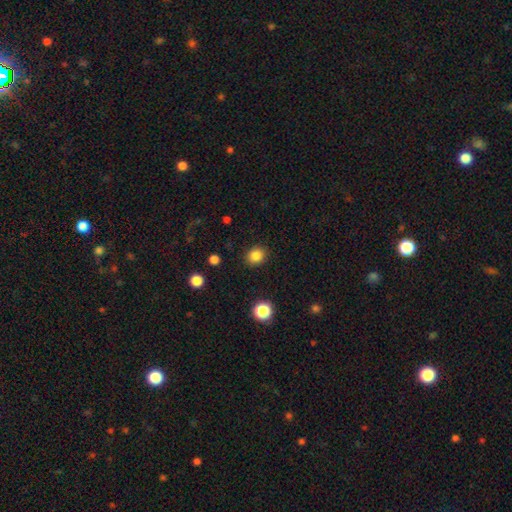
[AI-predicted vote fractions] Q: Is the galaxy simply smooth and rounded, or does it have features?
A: smooth — 84%.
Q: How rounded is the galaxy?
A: round — 69%.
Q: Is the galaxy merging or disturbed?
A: none — 89%.